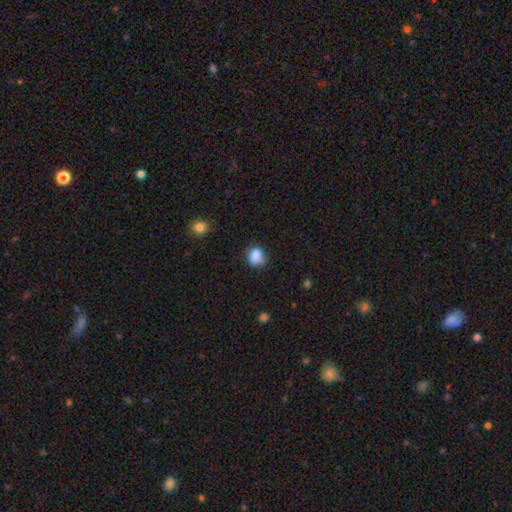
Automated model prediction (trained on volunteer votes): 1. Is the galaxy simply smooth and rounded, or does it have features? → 84% smooth, 10% star or artifact, 6% featured or disk.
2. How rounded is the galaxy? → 52% round, 46% in between, 1% cigar-shaped.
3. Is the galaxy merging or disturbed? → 63% none, 27% minor disturbance, 7% major disturbance, 4% merger.